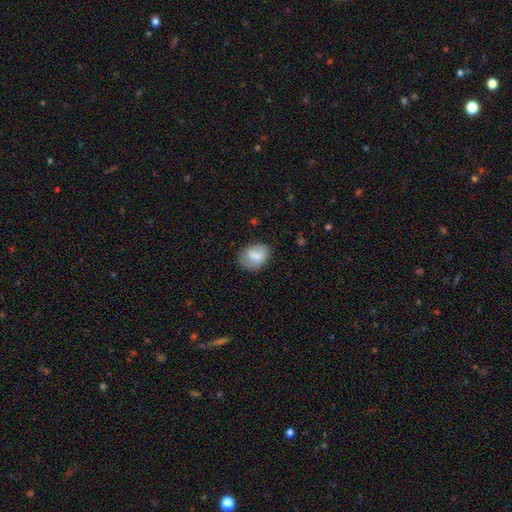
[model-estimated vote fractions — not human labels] smooth_or_featured: smooth (p=0.77) [alt: featured or disk p=0.15]
how_rounded: in between (p=0.67) [alt: round p=0.32]
merging: none (p=0.68) [alt: minor disturbance p=0.23]